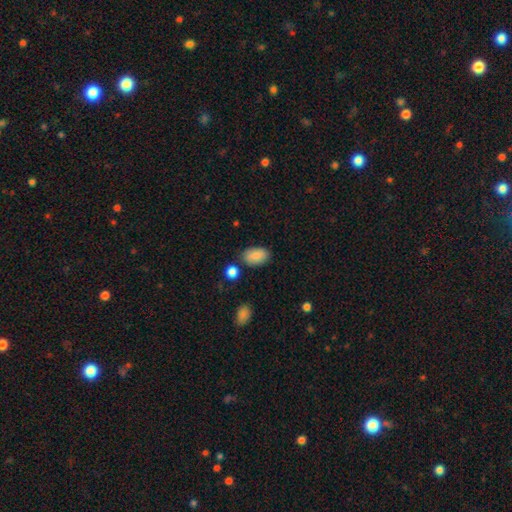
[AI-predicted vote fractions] Q: Smooth or featured?
A: smooth (84%); runner-up: featured or disk (9%)
Q: How rounded?
A: in between (91%); runner-up: round (8%)
Q: Merging?
A: none (79%); runner-up: minor disturbance (14%)